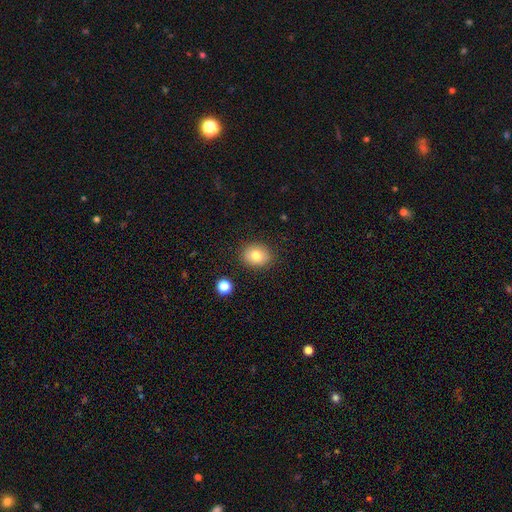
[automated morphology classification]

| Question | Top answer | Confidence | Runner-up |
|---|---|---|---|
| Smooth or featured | smooth | 79% | featured or disk (11%) |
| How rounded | round | 58% | in between (41%) |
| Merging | none | 86% | minor disturbance (9%) |